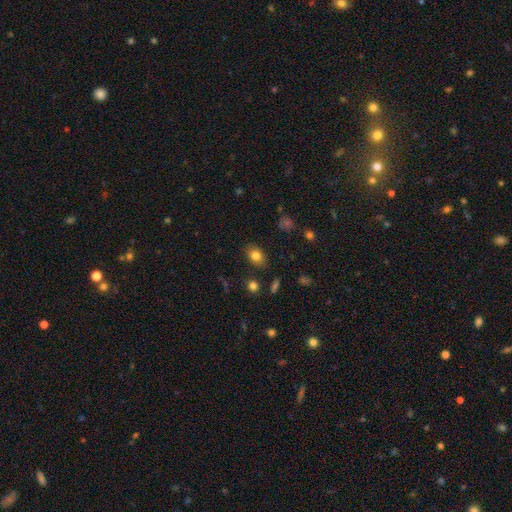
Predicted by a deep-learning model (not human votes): smooth 81%, star or artifact 10%, featured or disk 9%. Down the decision tree: how rounded — in between (77%); merging — none (83%).